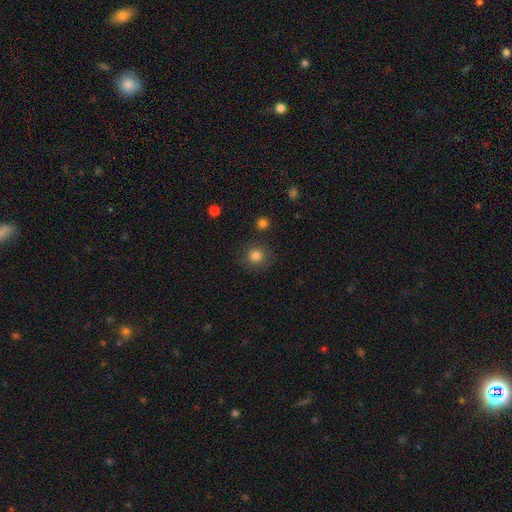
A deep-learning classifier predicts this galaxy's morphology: Smooth or featured? smooth (83%)
How rounded? round (91%)
Merging? none (85%)